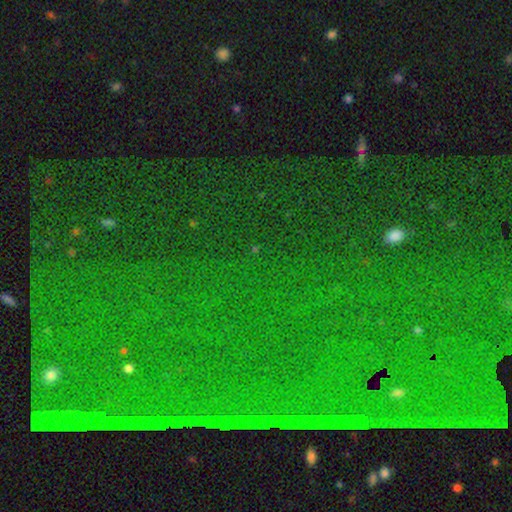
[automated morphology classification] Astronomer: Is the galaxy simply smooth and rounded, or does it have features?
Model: star or artifact — 85%.